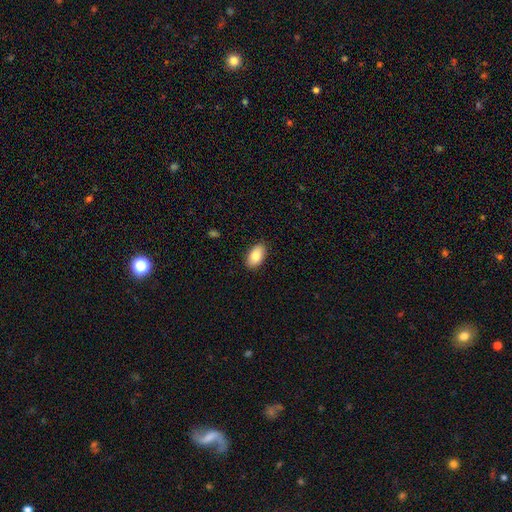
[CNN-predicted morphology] Overall: smooth (87%). How rounded: in between (94%). Merging: none (89%).